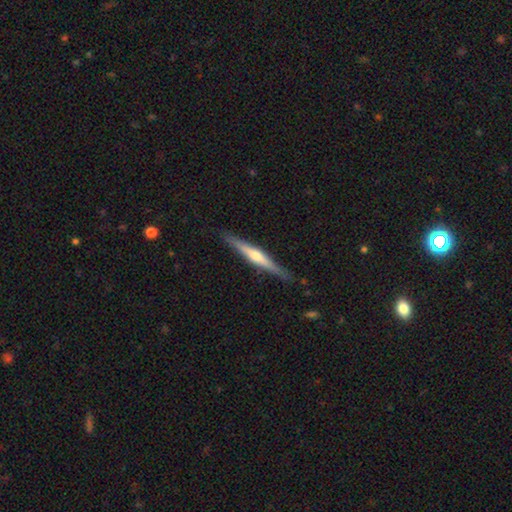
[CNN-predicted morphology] Smooth or featured? Predicted: featured or disk (p=0.65). Edge-on disk? Predicted: yes (p=0.97). Edge-on bulge? Predicted: rounded (p=0.81). Merging? Predicted: none (p=0.88).